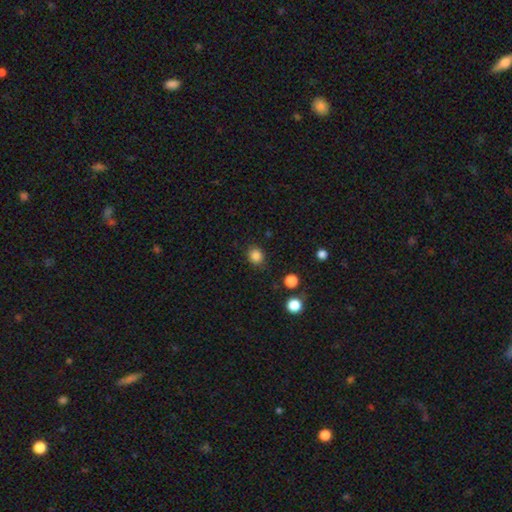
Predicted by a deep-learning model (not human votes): Q: Smooth or featured?
A: smooth (85%); runner-up: star or artifact (11%)
Q: How rounded?
A: round (77%); runner-up: in between (22%)
Q: Merging?
A: none (86%); runner-up: minor disturbance (10%)